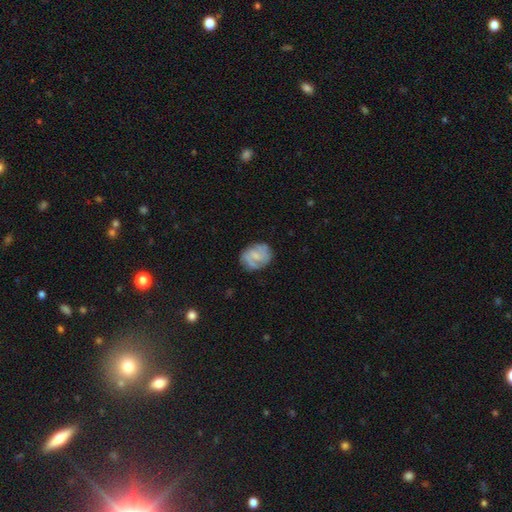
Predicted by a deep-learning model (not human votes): featured or disk 55%, smooth 38%, star or artifact 7%. Down the decision tree: edge-on disk — no (97%); bar — no (50%); spiral arms — yes (80%); bulge size — small (56%); merging — none (70%).